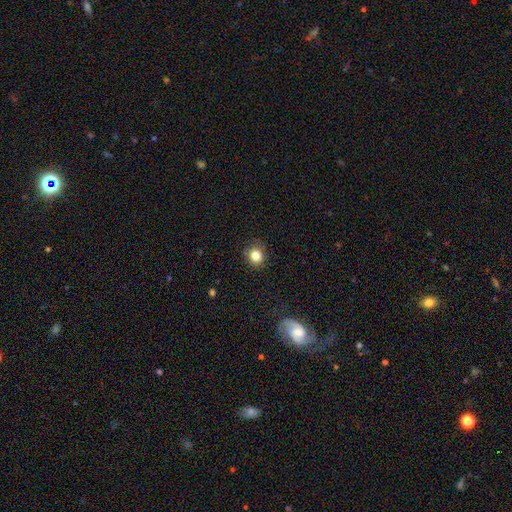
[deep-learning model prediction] Overall: smooth (82%). How rounded: round (82%). Merging: none (86%).